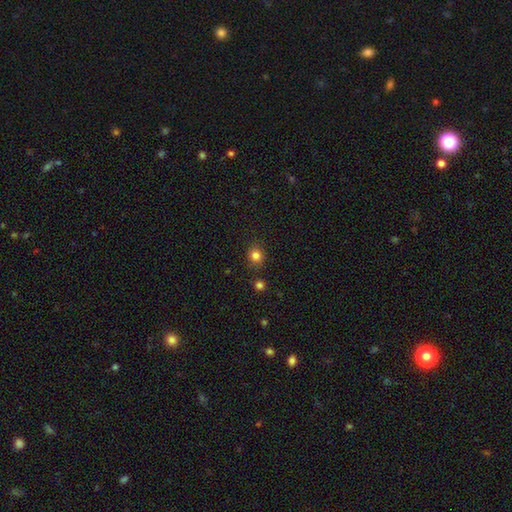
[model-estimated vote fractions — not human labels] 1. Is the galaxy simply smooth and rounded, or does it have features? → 82% smooth, 13% star or artifact, 5% featured or disk.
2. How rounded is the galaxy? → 81% round, 18% in between, 1% cigar-shaped.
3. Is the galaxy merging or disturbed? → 85% none, 9% minor disturbance, 3% merger, 3% major disturbance.